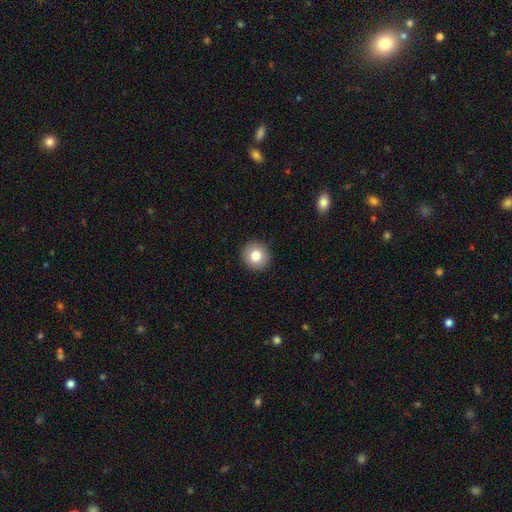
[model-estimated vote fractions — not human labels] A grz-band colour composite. It shows a smooth galaxy with no disk features (81%) that is round (93%). Merging: none (93%).